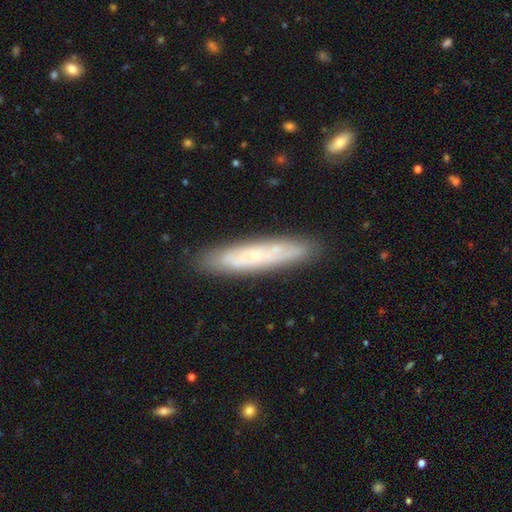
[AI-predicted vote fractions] A featured or disk galaxy (52%) viewed edge-on (58%). Merging: none (86%).